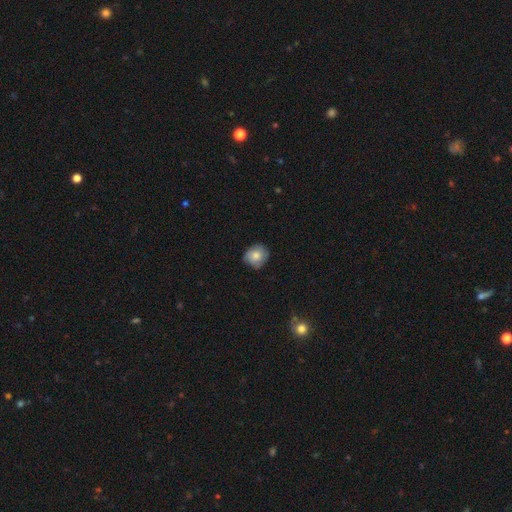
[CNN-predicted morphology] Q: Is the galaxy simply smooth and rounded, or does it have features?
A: smooth — 69%.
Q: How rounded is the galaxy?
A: round — 82%.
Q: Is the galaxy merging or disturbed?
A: none — 74%.